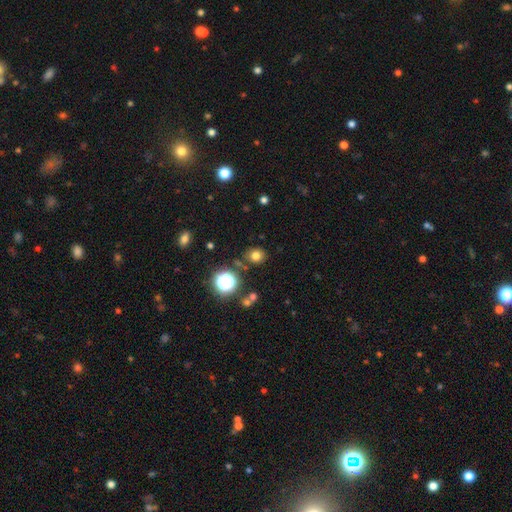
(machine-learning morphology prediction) smooth_or_featured: smooth (p=0.74) [alt: star or artifact p=0.18]
how_rounded: round (p=0.72) [alt: in between p=0.27]
merging: none (p=0.81) [alt: minor disturbance p=0.11]